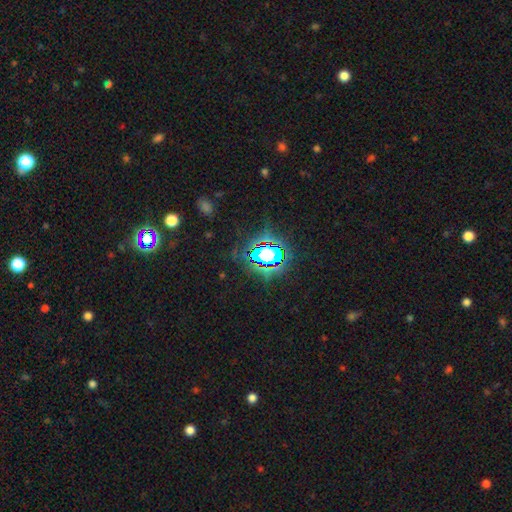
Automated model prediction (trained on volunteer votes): Smooth or featured: star or artifact — 75% (smooth — 15%)